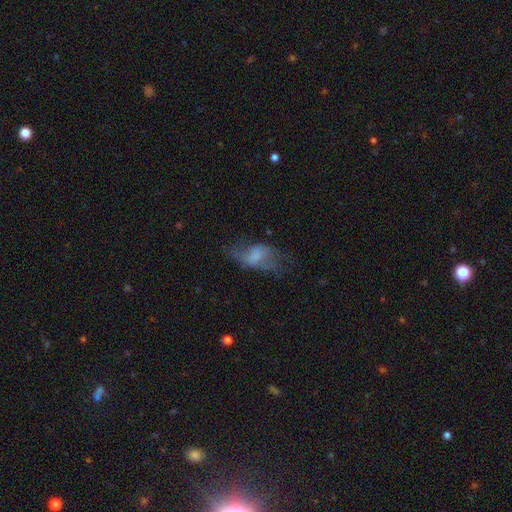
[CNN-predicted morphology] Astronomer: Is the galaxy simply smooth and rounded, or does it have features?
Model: smooth — 48% (runner-up: featured or disk, 40%).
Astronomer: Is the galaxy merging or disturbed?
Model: major disturbance — 36%, tied with none at 36%.